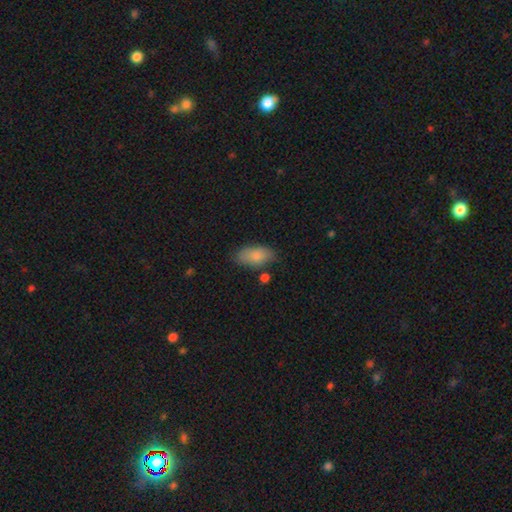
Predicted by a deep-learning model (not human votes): smooth_or_featured: smooth (p=0.82) [alt: featured or disk p=0.11]
how_rounded: in between (p=0.92) [alt: cigar-shaped p=0.04]
merging: none (p=0.70) [alt: minor disturbance p=0.20]